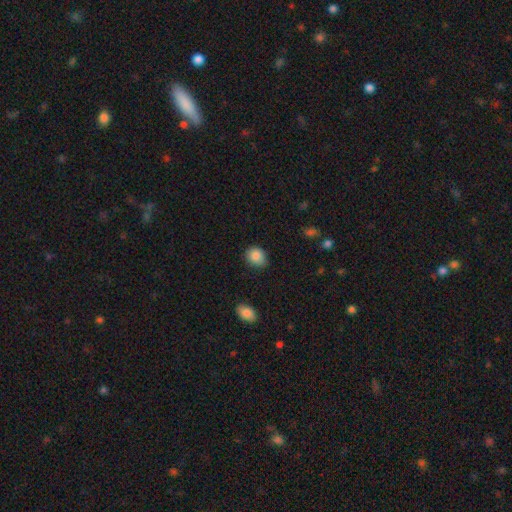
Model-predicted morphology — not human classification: Smooth or featured? Predicted: smooth (p=0.87). How rounded? Predicted: round (p=0.61). Merging? Predicted: none (p=0.76).